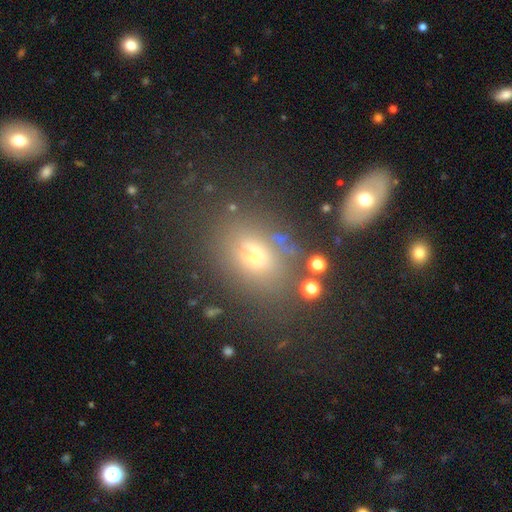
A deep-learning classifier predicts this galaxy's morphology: Overall: smooth (58%; featured or disk 21%). How rounded: in between (70%). Merging: none (63%).